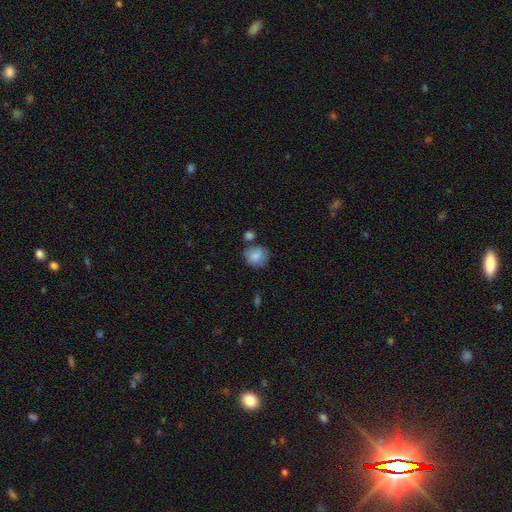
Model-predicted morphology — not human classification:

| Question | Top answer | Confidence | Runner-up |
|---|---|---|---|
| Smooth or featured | smooth | 83% | featured or disk (9%) |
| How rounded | round | 76% | in between (23%) |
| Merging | none | 61% | minor disturbance (21%) |